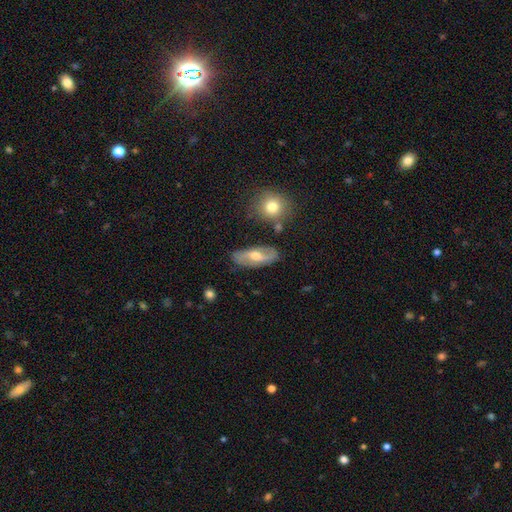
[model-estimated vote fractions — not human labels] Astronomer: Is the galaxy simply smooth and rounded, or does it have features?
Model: featured or disk — 56% (runner-up: smooth, 37%).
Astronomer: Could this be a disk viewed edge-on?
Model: no — 81%.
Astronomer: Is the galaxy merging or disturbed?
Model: none — 80%.